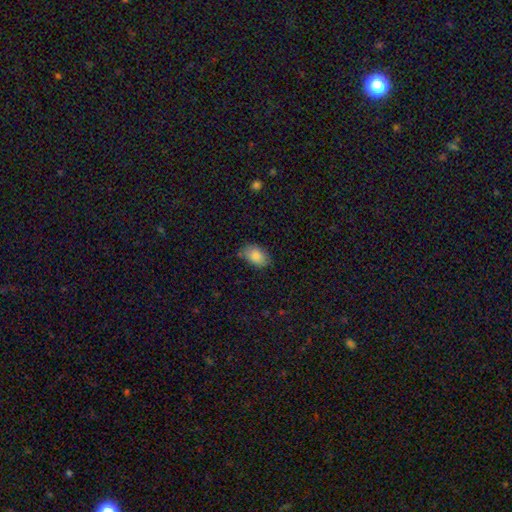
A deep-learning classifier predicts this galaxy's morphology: A smooth galaxy with no disk features (85%) that is in between round and cigar-shaped (89%).

Vote fractions:
- Smooth or featured? smooth: 85% / featured or disk: 8% / star or artifact: 8%
- How rounded? in between: 89% / round: 9% / cigar-shaped: 1%
- Merging? none: 74% / minor disturbance: 20% / major disturbance: 3% / merger: 2%